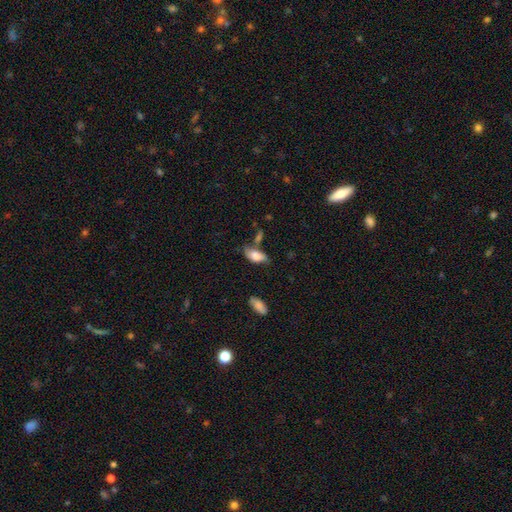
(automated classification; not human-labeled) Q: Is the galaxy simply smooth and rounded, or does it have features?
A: smooth — 77%.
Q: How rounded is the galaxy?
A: in between — 91%.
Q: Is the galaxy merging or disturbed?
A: none — 45%.